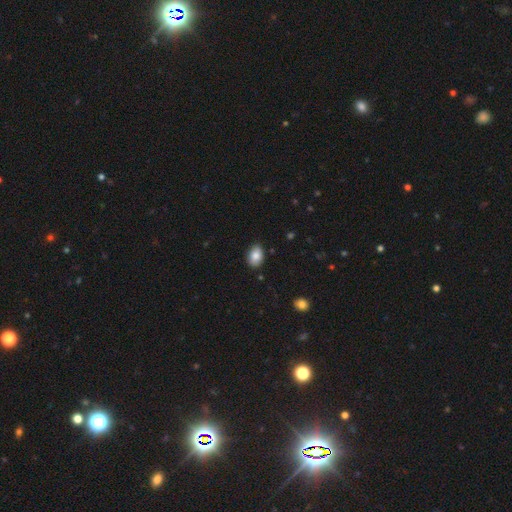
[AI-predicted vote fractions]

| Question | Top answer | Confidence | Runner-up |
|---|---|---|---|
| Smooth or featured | smooth | 85% | star or artifact (7%) |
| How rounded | in between | 85% | round (14%) |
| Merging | none | 84% | minor disturbance (12%) |